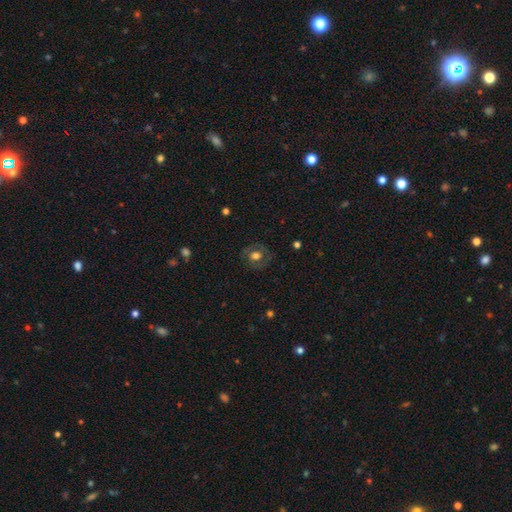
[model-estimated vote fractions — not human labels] Smooth or featured? smooth (48%)
Merging? none (77%)